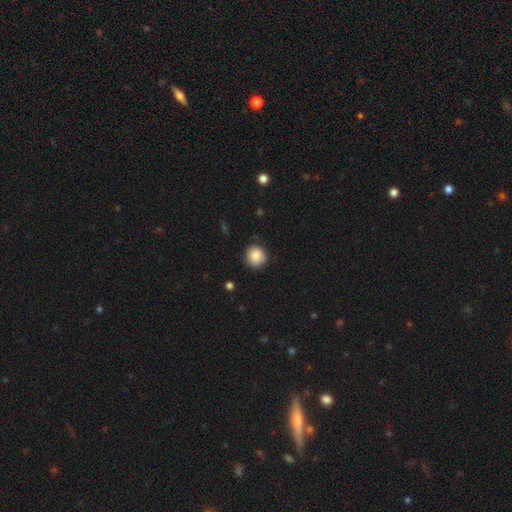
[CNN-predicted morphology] smooth 87%, star or artifact 8%, featured or disk 4%. Down the decision tree: how rounded — round (93%); merging — none (86%).